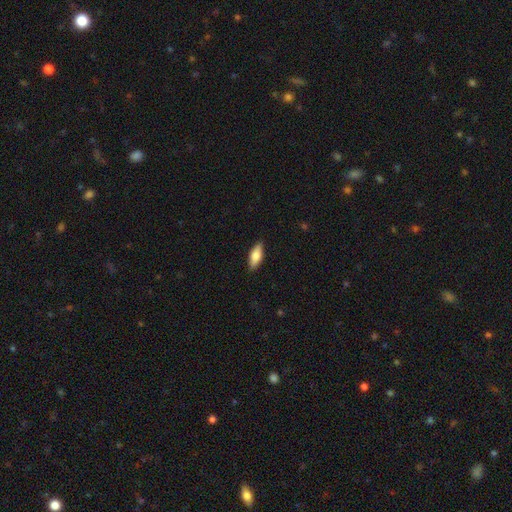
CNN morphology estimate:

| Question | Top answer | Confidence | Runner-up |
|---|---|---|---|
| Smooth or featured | smooth | 74% | featured or disk (20%) |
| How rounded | in between | 72% | cigar-shaped (25%) |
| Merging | none | 88% | minor disturbance (9%) |